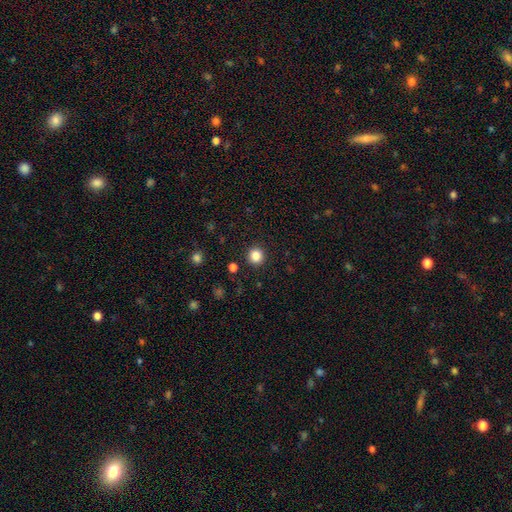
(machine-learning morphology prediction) Smooth or featured?
  - smooth: 84% *
  - star or artifact: 12%
  - featured or disk: 4%
How rounded?
  - round: 94% *
  - in between: 5%
  - cigar-shaped: 1%
Merging?
  - none: 92% *
  - minor disturbance: 5%
  - major disturbance: 2%
  - merger: 1%